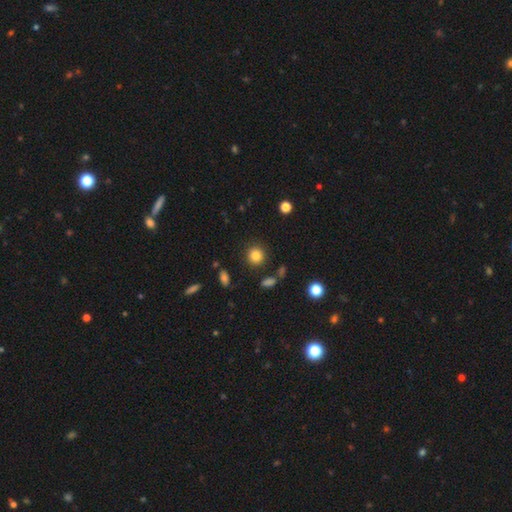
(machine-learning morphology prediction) Q: Smooth or featured?
A: smooth (84%); runner-up: star or artifact (11%)
Q: How rounded?
A: round (89%); runner-up: in between (10%)
Q: Merging?
A: none (88%); runner-up: minor disturbance (7%)